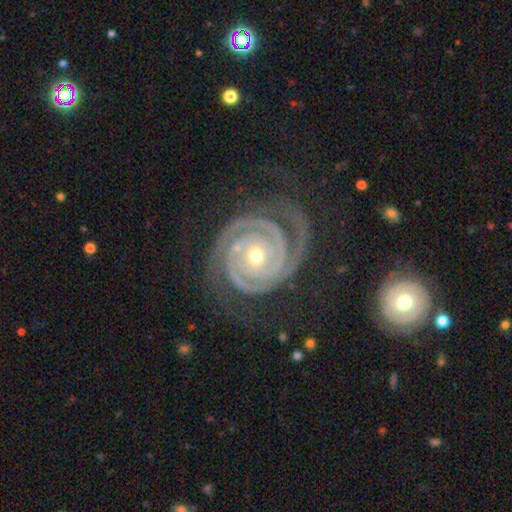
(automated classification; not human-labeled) Smooth or featured: featured or disk — 93% (star or artifact — 4%)
Edge-on disk: no — 98% (yes — 2%)
Bar: no — 70% (weak — 16%)
Spiral arms: yes — 99% (no — 1%)
Spiral winding: tight — 87% (medium — 11%)
Spiral arm count: 2 — 76% (3 — 12%)
Bulge size: small — 49% (moderate — 48%)
Merging: none — 78% (minor disturbance — 14%)